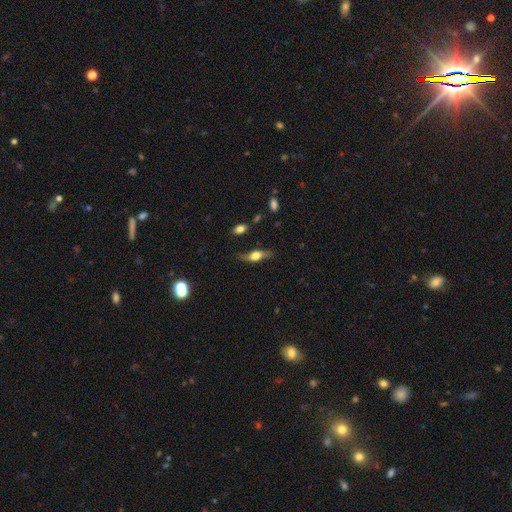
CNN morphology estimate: Smooth or featured? Predicted: featured or disk (p=0.46, tied with smooth). Merging? Predicted: none (p=0.73).